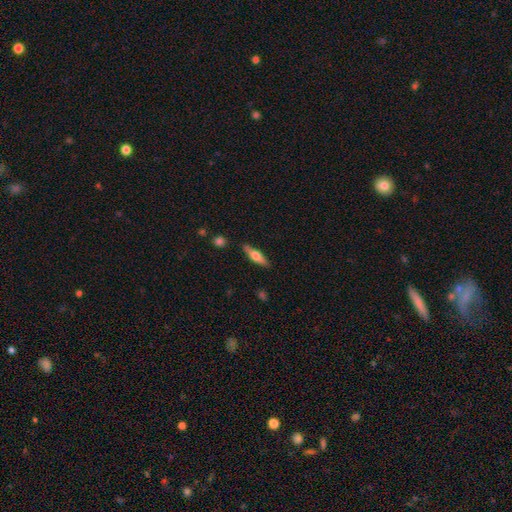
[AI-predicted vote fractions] This appears to be a featured or disk galaxy (57%) viewed edge-on (95%) with a rounded central bulge (92%). Merging: none (86%).